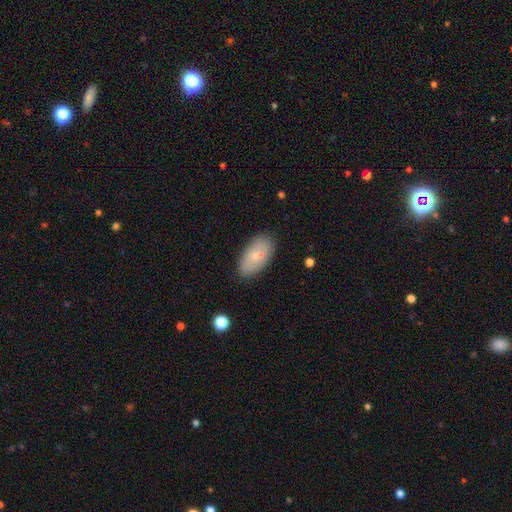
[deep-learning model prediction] smooth 65%, featured or disk 28%, star or artifact 7%. Down the decision tree: how rounded — in between (94%); merging — none (82%).